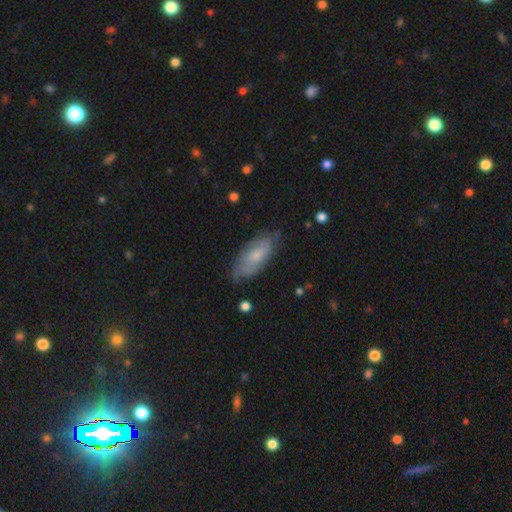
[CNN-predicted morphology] Smooth or featured: smooth — 55% (featured or disk — 39%)
How rounded: in between — 77% (cigar-shaped — 21%)
Merging: none — 71% (minor disturbance — 22%)